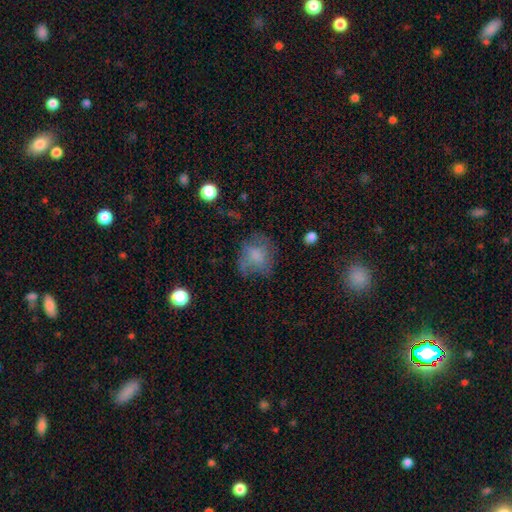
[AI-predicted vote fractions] A smooth galaxy with no disk features (64%) that is round (65%).

Vote fractions:
- Smooth or featured? smooth: 64% / featured or disk: 24% / star or artifact: 12%
- How rounded? round: 65% / in between: 34% / cigar-shaped: 1%
- Merging? none: 51% / minor disturbance: 24% / major disturbance: 22% / merger: 2%